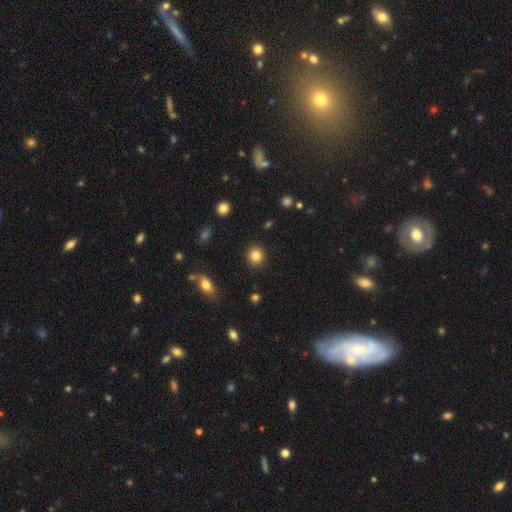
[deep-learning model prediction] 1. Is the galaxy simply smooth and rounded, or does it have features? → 85% smooth, 10% star or artifact, 6% featured or disk.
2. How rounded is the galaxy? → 88% round, 11% in between, 1% cigar-shaped.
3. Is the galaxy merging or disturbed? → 92% none, 5% minor disturbance, 2% major disturbance, 1% merger.